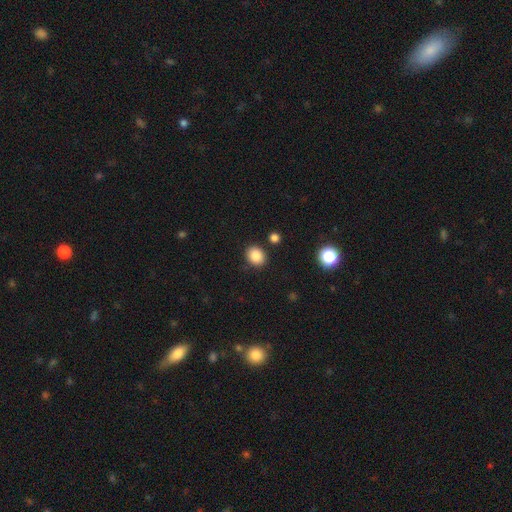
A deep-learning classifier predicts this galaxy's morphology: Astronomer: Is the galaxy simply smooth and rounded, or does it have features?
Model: smooth — 86%.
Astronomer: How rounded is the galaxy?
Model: round — 62% (runner-up: in between, 37%).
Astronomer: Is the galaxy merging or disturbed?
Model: none — 85%.